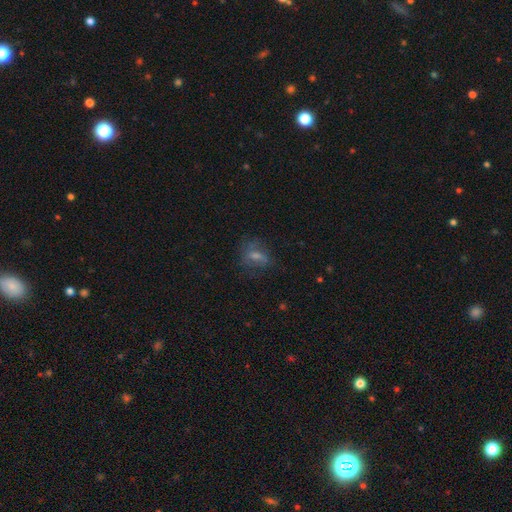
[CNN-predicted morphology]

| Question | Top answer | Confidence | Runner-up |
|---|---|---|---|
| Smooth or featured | smooth | 45% | featured or disk (32%) |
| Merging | none | 63% | minor disturbance (21%) |